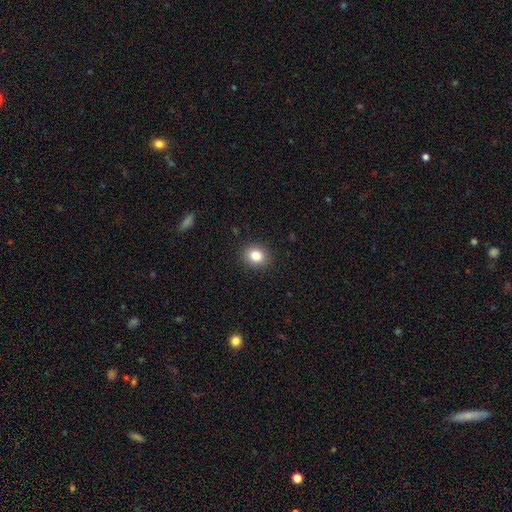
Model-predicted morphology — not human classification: Q: Smooth or featured?
A: smooth (85%); runner-up: star or artifact (10%)
Q: How rounded?
A: round (64%); runner-up: in between (35%)
Q: Merging?
A: none (89%); runner-up: minor disturbance (8%)